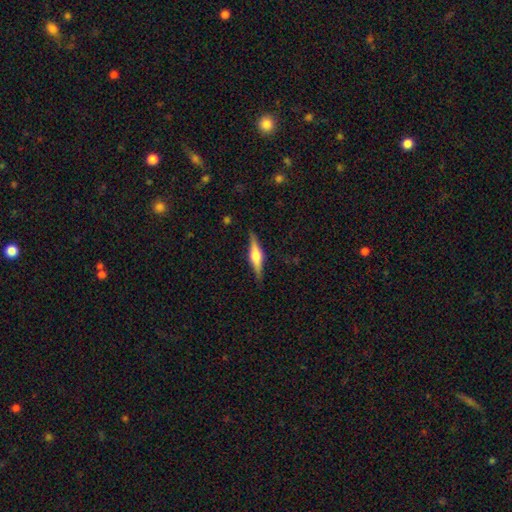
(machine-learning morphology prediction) Smooth or featured?
  - featured or disk: 69% *
  - smooth: 25%
  - star or artifact: 6%
Edge-on disk?
  - yes: 97% *
  - no: 3%
Edge-on bulge?
  - rounded: 88% *
  - boxy: 9%
  - none: 2%
Merging?
  - none: 88% *
  - minor disturbance: 9%
  - major disturbance: 2%
  - merger: 1%